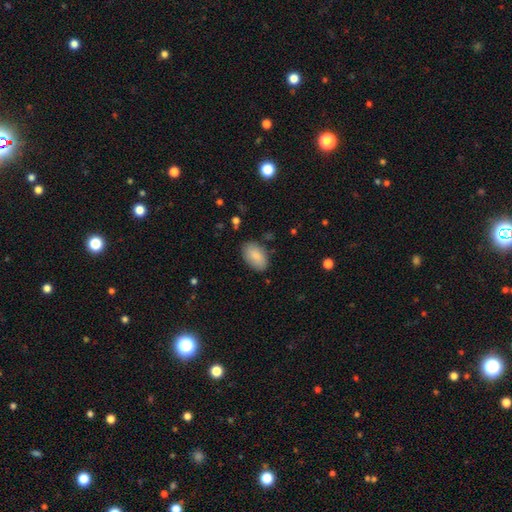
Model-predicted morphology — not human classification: Smooth or featured? Predicted: smooth (p=0.87). How rounded? Predicted: in between (p=0.93). Merging? Predicted: none (p=0.82).